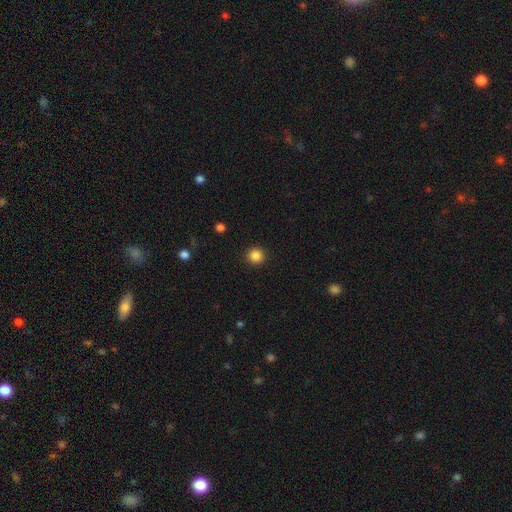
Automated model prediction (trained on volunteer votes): A smooth galaxy with no disk features (85%) that is round (95%). Merging: none (93%).